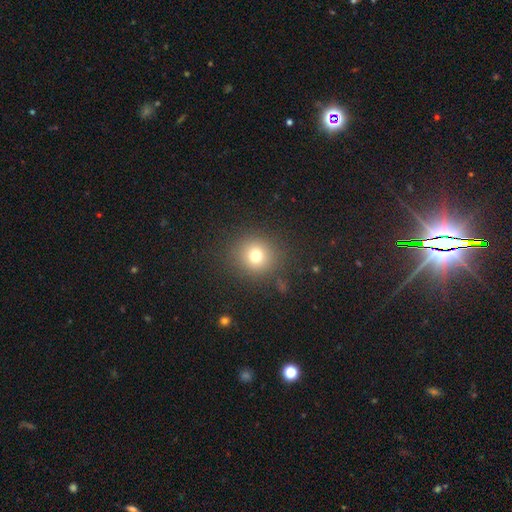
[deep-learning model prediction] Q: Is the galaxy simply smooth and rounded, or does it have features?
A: smooth — 74%.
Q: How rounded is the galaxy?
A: round — 89%.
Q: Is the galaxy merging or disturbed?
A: none — 87%.